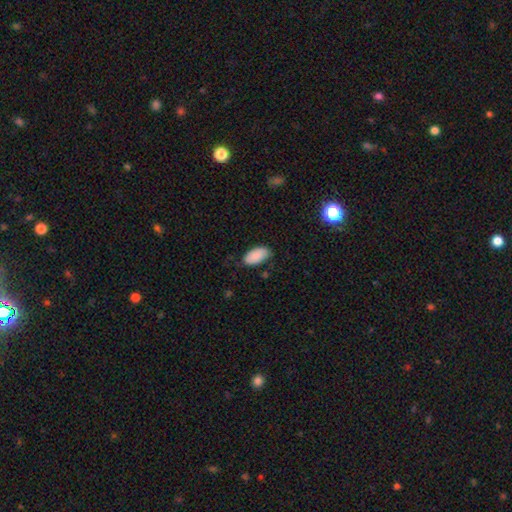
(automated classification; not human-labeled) Smooth or featured?
  - smooth: 88% *
  - star or artifact: 7%
  - featured or disk: 5%
How rounded?
  - in between: 95% *
  - cigar-shaped: 2%
  - round: 2%
Merging?
  - none: 76% *
  - minor disturbance: 19%
  - major disturbance: 3%
  - merger: 1%